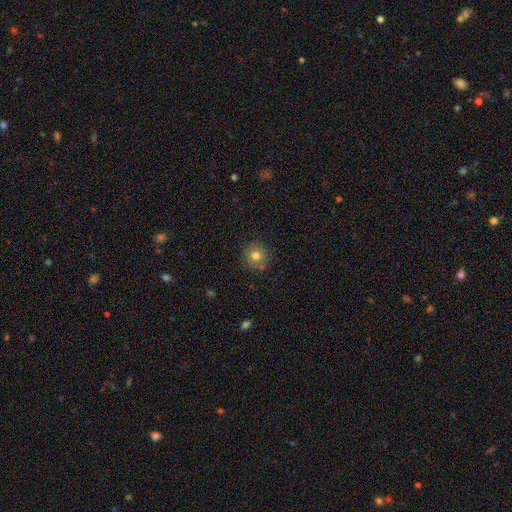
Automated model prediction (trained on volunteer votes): Smooth or featured? Predicted: smooth (p=0.76). How rounded? Predicted: round (p=0.92). Merging? Predicted: none (p=0.84).